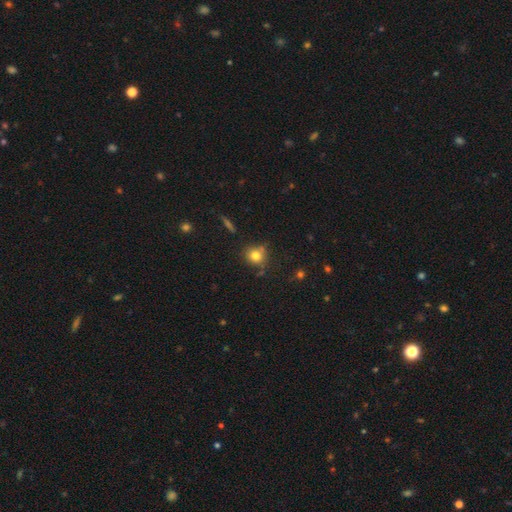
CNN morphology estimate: A smooth galaxy with no disk features (78%) that is round (84%). Merging: none (71%).